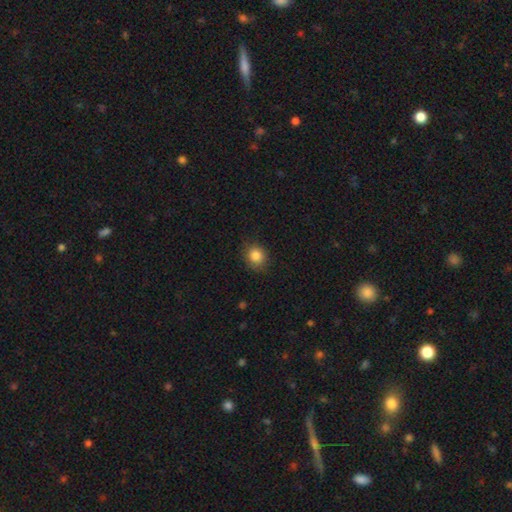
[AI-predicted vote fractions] smooth-or-featured: smooth: 84% | star or artifact: 10% | featured or disk: 6%
  how-rounded: round: 69% | in between: 30% | cigar-shaped: 1%
  merging: none: 84% | minor disturbance: 12% | major disturbance: 3% | merger: 1%